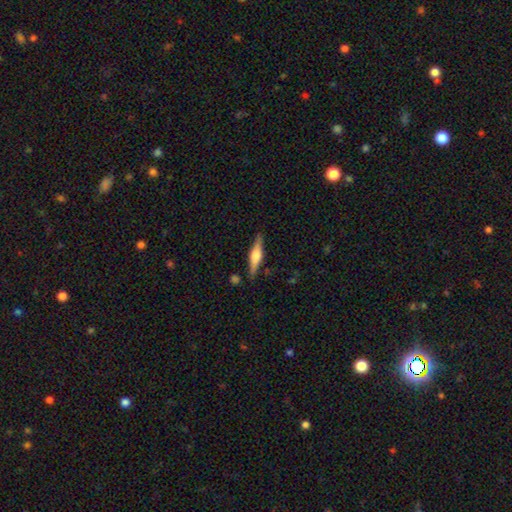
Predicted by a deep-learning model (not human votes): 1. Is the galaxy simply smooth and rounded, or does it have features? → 65% featured or disk, 29% smooth, 6% star or artifact.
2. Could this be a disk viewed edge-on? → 97% yes, 3% no.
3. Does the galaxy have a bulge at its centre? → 80% rounded, 16% boxy, 4% none.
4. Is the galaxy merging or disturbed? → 86% none, 10% minor disturbance, 2% merger, 2% major disturbance.